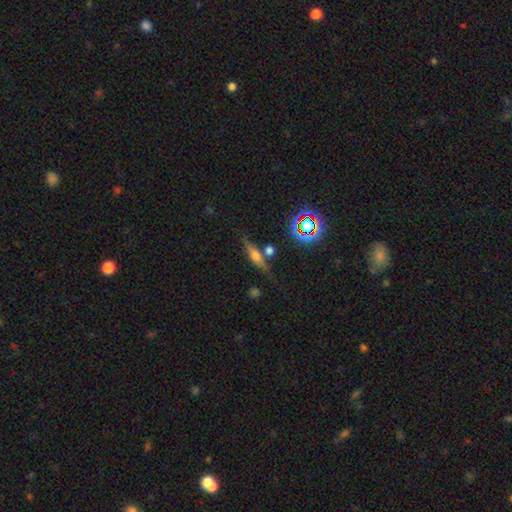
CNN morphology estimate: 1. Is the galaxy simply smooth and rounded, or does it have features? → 52% featured or disk, 33% smooth, 15% star or artifact.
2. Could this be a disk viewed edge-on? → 92% yes, 8% no.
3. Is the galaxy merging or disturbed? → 73% none, 14% minor disturbance, 8% merger, 5% major disturbance.